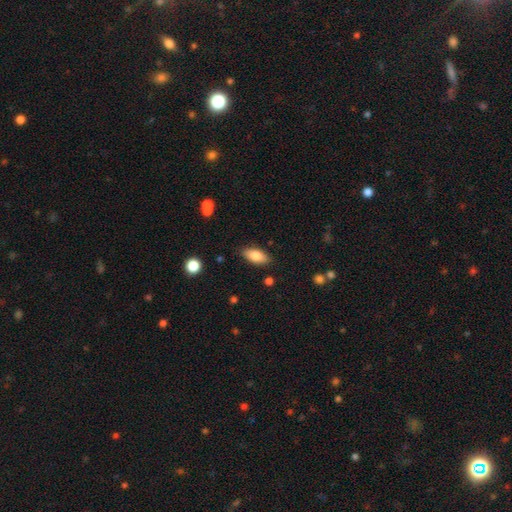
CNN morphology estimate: Q: Smooth or featured?
A: smooth (80%); runner-up: featured or disk (13%)
Q: How rounded?
A: in between (87%); runner-up: cigar-shaped (10%)
Q: Merging?
A: none (85%); runner-up: minor disturbance (11%)